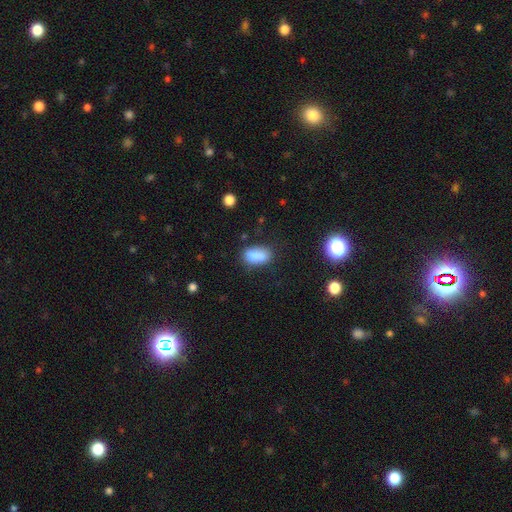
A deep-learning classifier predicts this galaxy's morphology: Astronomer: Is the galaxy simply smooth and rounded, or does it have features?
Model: smooth — 80%.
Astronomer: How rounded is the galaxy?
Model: in between — 88%.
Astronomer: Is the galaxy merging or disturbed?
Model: none — 55%.